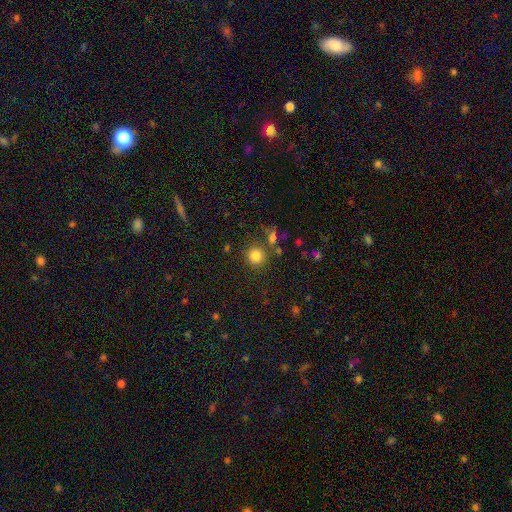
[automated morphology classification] A smooth galaxy with no disk features (83%) that is round (90%). Merging: none (81%).